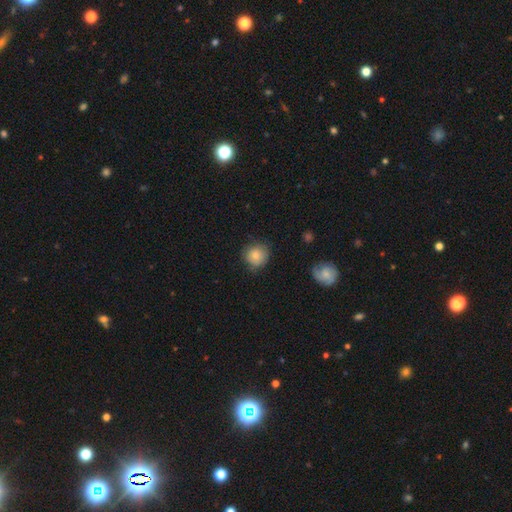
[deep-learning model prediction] This appears to be a smooth galaxy with no disk features (82%) that is round (90%). Merging: none (76%).